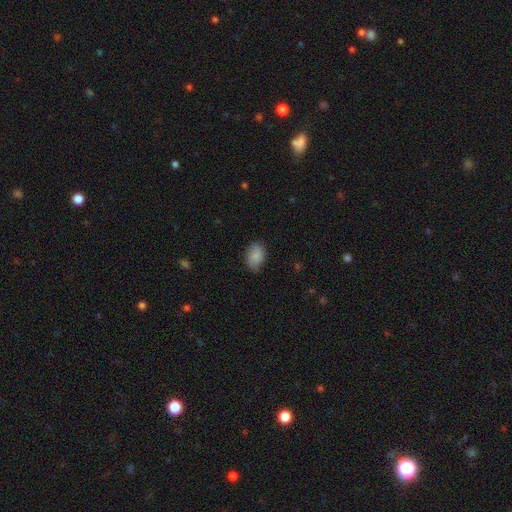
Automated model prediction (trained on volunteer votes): Morphology: type=smooth (82%); roundness=in between (82%); merging=none (72%).